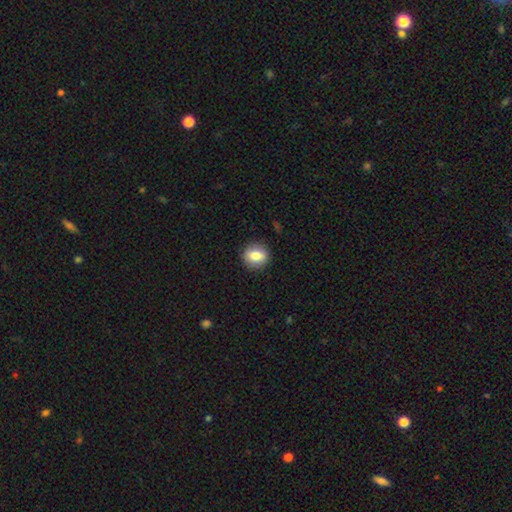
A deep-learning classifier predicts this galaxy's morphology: Smooth or featured? smooth (77%)
How rounded? round (75%)
Merging? none (89%)